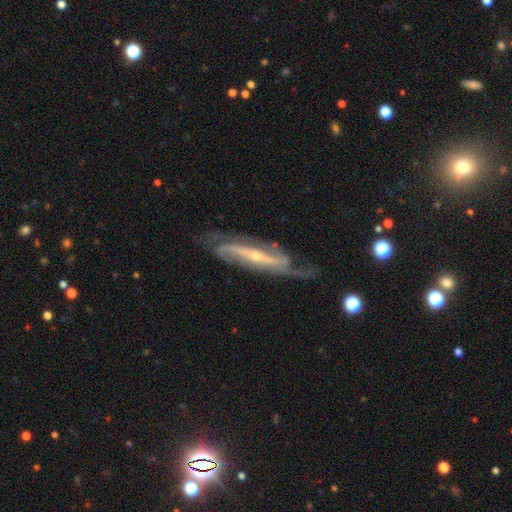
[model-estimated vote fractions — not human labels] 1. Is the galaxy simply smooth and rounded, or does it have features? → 88% featured or disk, 7% smooth, 5% star or artifact.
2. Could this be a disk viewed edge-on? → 75% no, 25% yes.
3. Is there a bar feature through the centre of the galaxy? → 44% strong, 28% no, 28% weak.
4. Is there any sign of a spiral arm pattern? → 96% yes, 4% no.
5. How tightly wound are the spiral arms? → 43% medium, 36% tight, 21% loose.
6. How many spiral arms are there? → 67% 2, 14% can't tell, 9% 3, 4% 4, 3% 1, 3% more than 4.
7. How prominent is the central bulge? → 71% small, 25% moderate, 2% none, 1% large, 1% dominant.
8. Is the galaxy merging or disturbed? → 70% none, 20% minor disturbance, 9% major disturbance, 2% merger.